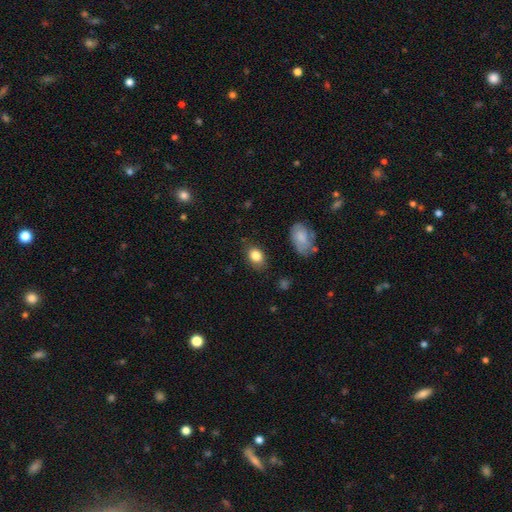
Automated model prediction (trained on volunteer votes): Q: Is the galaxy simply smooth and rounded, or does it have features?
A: smooth — 83%.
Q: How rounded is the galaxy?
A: in between — 75%.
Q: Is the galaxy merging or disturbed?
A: none — 80%.